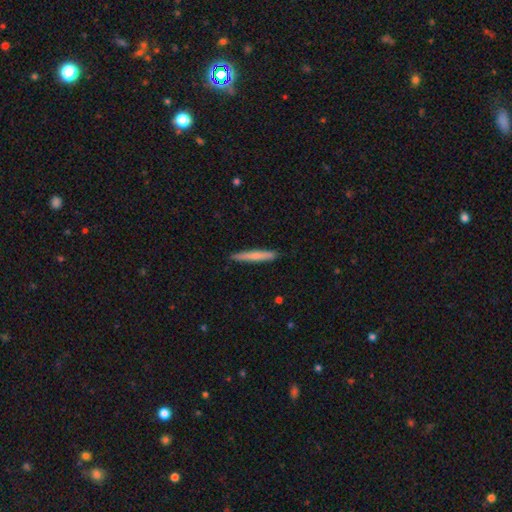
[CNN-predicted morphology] Smooth or featured?
  - smooth: 64% *
  - featured or disk: 31%
  - star or artifact: 6%
How rounded?
  - cigar-shaped: 95% *
  - in between: 4%
  - round: 1%
Merging?
  - none: 89% *
  - minor disturbance: 8%
  - major disturbance: 1%
  - merger: 1%